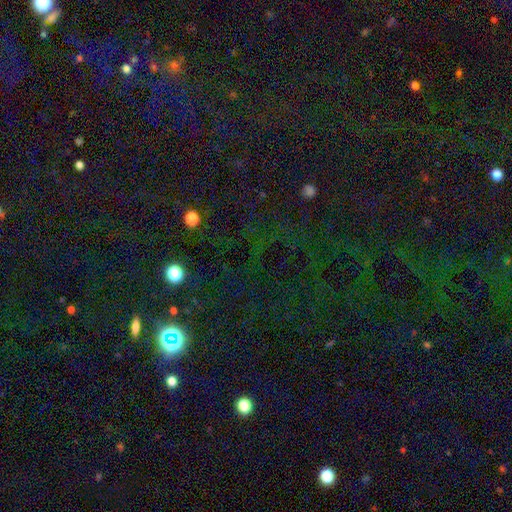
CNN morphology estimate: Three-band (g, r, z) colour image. It shows a star or artifact, not a galaxy (75%).